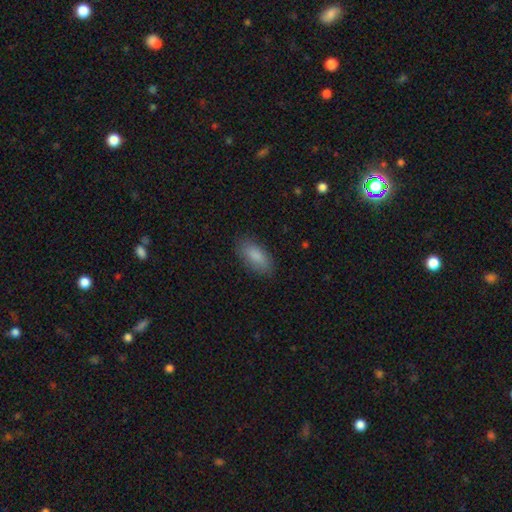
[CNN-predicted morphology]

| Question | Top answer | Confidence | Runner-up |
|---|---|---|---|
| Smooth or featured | smooth | 87% | featured or disk (6%) |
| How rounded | in between | 87% | cigar-shaped (11%) |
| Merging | none | 85% | minor disturbance (11%) |